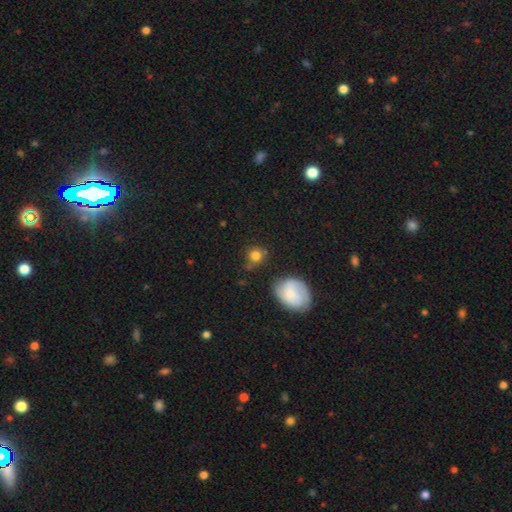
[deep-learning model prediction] smooth-or-featured: smooth: 78% | featured or disk: 12% | star or artifact: 10%
  how-rounded: round: 84% | in between: 15% | cigar-shaped: 1%
  merging: none: 72% | minor disturbance: 15% | merger: 8% | major disturbance: 5%